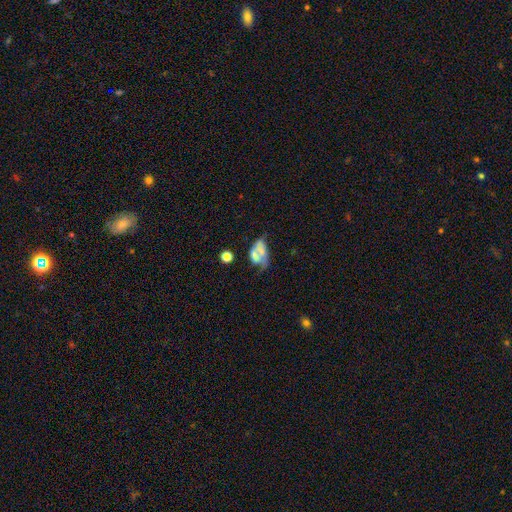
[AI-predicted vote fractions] Overall: smooth (51%; featured or disk 38%). How rounded: in between (83%). Merging: merger (32%; major disturbance 29%).